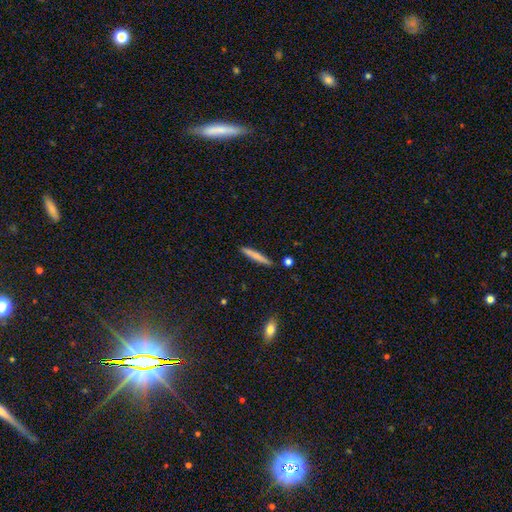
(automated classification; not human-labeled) The model was most divided on "smooth or featured": smooth: 73%, featured or disk: 22%, star or artifact: 6%. More confident: how rounded — cigar-shaped (95%); merging — none (89%).